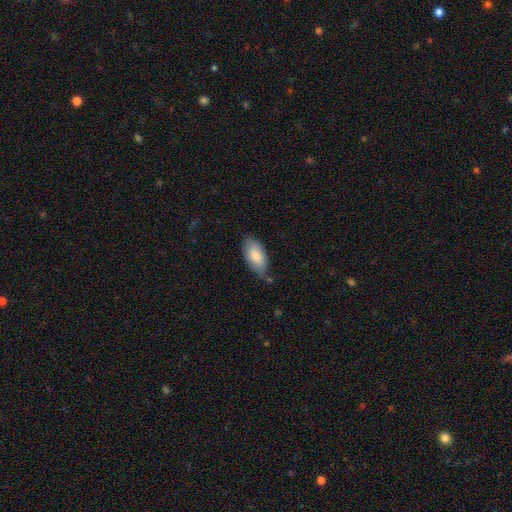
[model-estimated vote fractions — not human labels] Morphology: type=smooth (81%); roundness=in between (93%); merging=none (62%).